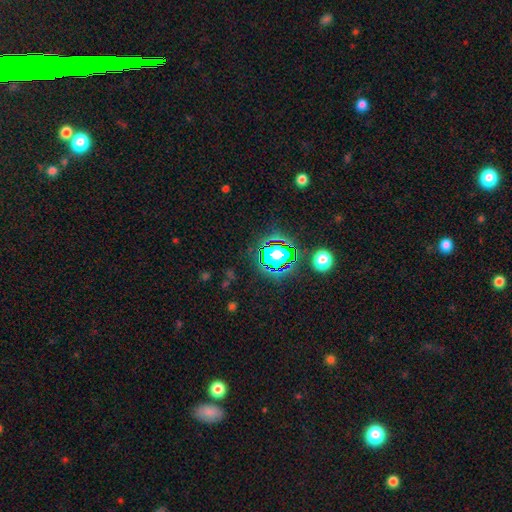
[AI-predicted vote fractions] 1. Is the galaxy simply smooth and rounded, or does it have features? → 78% star or artifact, 13% smooth, 9% featured or disk.